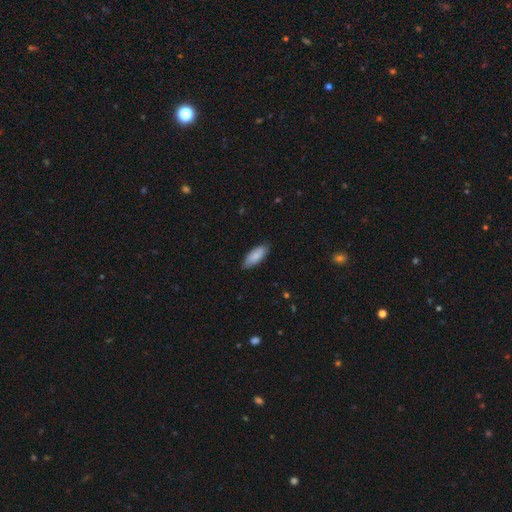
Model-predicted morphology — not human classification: The model was most divided on "how rounded": in between: 76%, cigar-shaped: 22%, round: 2%. More confident: smooth or featured — smooth (86%); merging — none (84%).